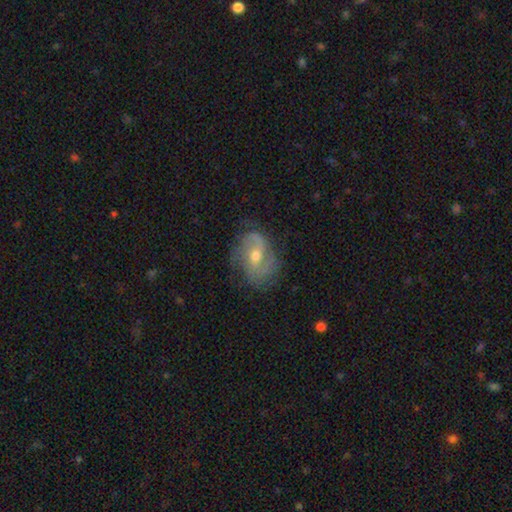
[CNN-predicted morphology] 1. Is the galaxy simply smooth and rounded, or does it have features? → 78% featured or disk, 15% smooth, 7% star or artifact.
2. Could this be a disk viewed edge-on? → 96% no, 4% yes.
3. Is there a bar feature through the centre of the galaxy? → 46% weak, 37% no, 18% strong.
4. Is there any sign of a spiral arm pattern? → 91% yes, 9% no.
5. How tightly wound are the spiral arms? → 44% medium, 32% loose, 25% tight.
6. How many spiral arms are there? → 64% 2, 15% can't tell, 9% 3, 7% 1, 2% 4, 2% more than 4.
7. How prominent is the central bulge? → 58% moderate, 38% small, 2% large, 1% none, 1% dominant.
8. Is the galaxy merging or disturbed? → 65% none, 23% minor disturbance, 11% major disturbance, 1% merger.